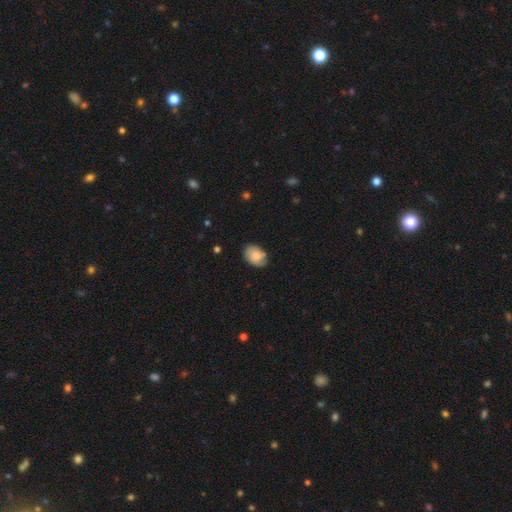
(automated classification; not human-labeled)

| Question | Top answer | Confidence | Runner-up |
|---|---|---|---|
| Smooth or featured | smooth | 75% | featured or disk (18%) |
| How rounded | in between | 78% | round (21%) |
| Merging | none | 72% | minor disturbance (22%) |